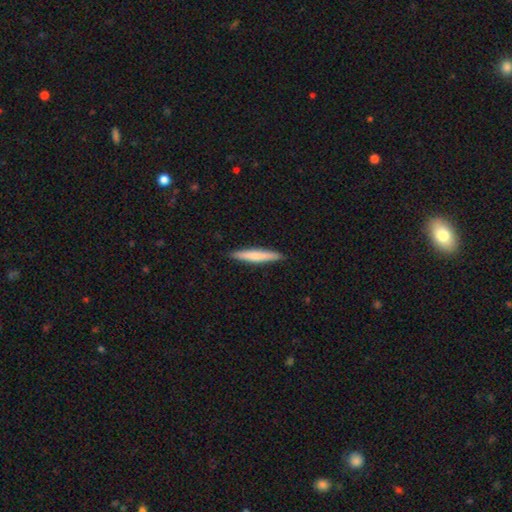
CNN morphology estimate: This is likely a smooth galaxy (67%). How rounded: clearly cigar-shaped (94%). Merging: clearly none (91%).